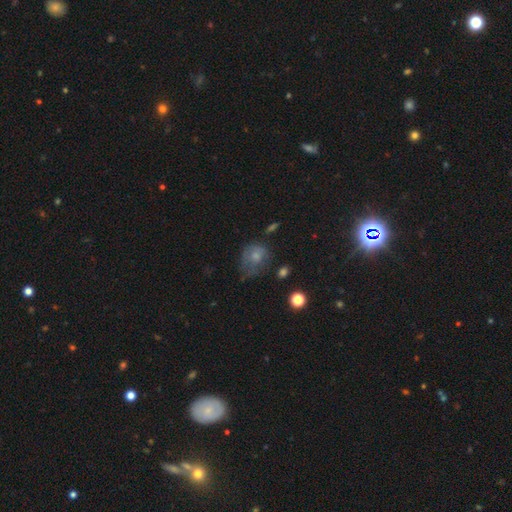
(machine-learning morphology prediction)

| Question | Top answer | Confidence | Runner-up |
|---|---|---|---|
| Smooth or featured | smooth | 67% | featured or disk (21%) |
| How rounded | round | 58% | in between (41%) |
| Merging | none | 37% | minor disturbance (32%) |